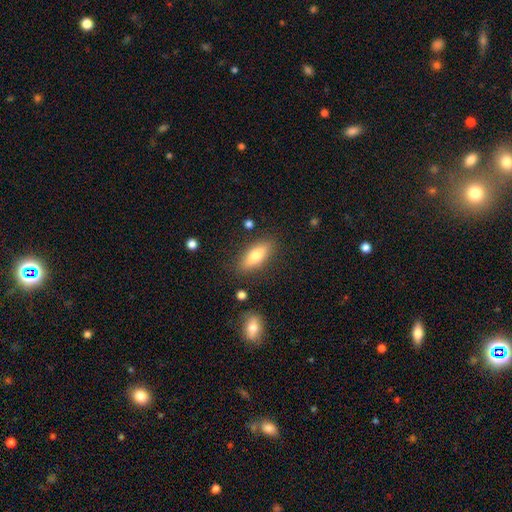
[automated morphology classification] Smooth or featured? Predicted: smooth (p=0.68). How rounded? Predicted: in between (p=0.66). Merging? Predicted: none (p=0.84).